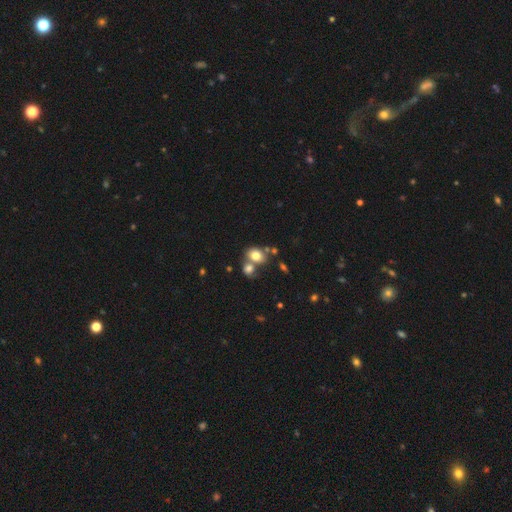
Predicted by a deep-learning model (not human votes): Overall: smooth (77%). How rounded: in between (50%; round 49%). Merging: none (45%; merger 41%).